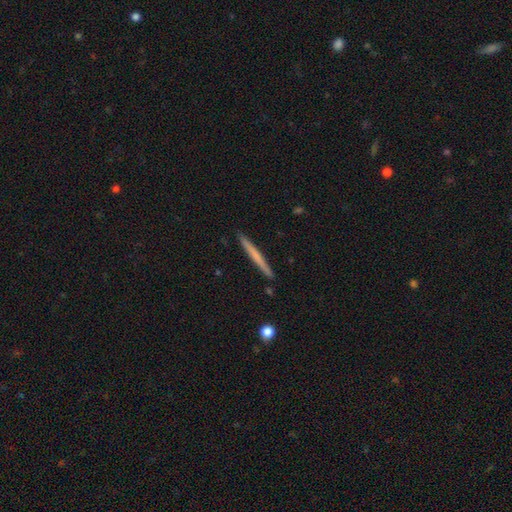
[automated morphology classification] Smooth or featured? Predicted: smooth (p=0.55). How rounded? Predicted: cigar-shaped (p=0.97). Merging? Predicted: none (p=0.91).